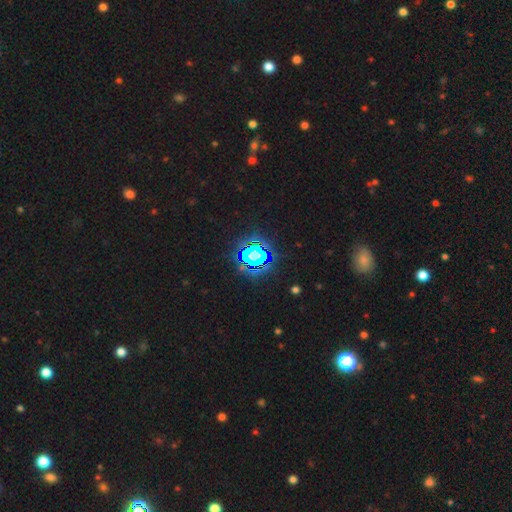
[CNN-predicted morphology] Smooth or featured? Predicted: star or artifact (p=0.69).